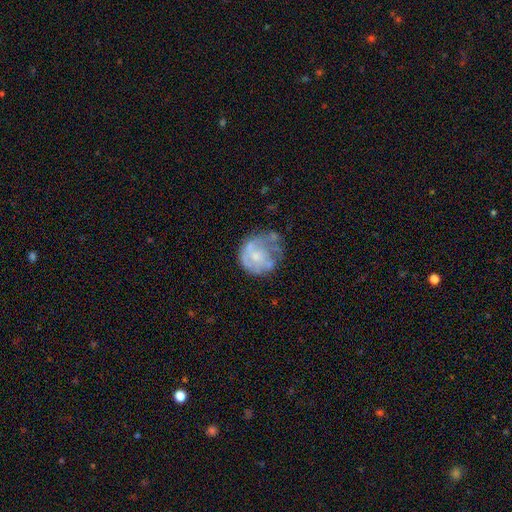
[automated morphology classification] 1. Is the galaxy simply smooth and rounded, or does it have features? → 57% featured or disk, 34% smooth, 8% star or artifact.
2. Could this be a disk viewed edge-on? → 98% no, 2% yes.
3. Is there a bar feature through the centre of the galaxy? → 84% no, 13% weak, 2% strong.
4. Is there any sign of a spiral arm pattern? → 66% no, 34% yes.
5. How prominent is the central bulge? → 33% small (tied), 33% moderate (tied), 28% none, 5% large, 2% dominant.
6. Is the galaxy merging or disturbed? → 43% none, 27% minor disturbance, 25% major disturbance, 5% merger.